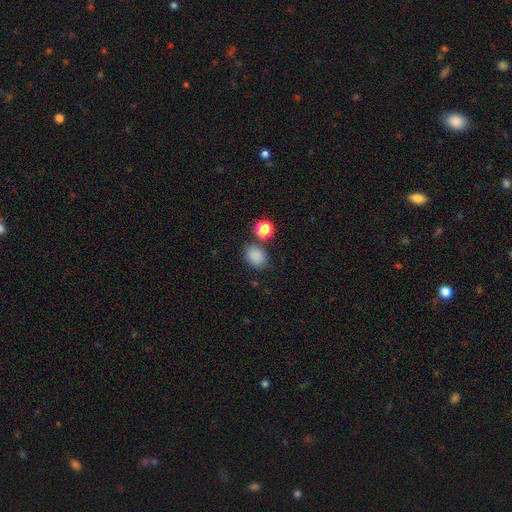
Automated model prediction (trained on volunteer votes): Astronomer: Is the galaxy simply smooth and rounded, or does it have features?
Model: smooth — 84%.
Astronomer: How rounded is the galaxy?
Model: in between — 57% (runner-up: round, 42%).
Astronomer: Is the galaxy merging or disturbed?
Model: none — 74%.